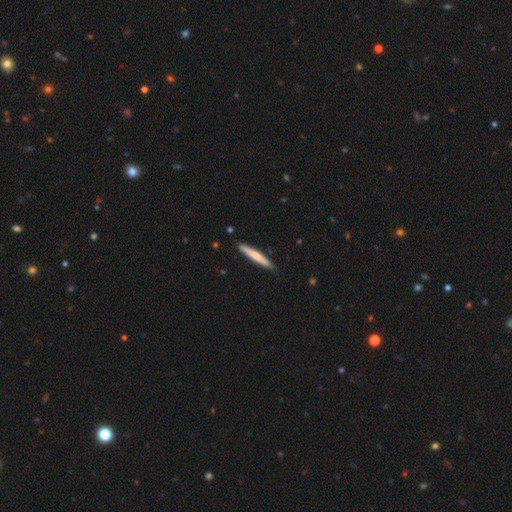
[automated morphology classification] Smooth or featured?
  - smooth: 59% *
  - featured or disk: 37%
  - star or artifact: 5%
How rounded?
  - cigar-shaped: 95% *
  - in between: 4%
  - round: 1%
Merging?
  - none: 90% *
  - minor disturbance: 8%
  - merger: 1%
  - major disturbance: 1%